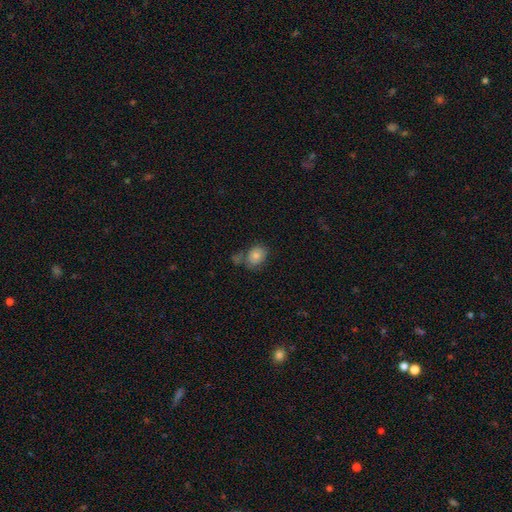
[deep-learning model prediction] Morphology: type=smooth (77%); roundness=in between (56%); merging=none (52%).